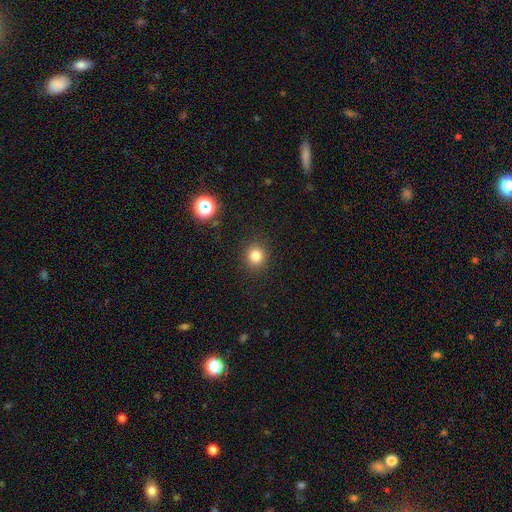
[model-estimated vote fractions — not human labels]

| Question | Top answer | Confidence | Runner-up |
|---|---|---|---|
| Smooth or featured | smooth | 81% | star or artifact (13%) |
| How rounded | round | 89% | in between (11%) |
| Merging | none | 90% | minor disturbance (6%) |